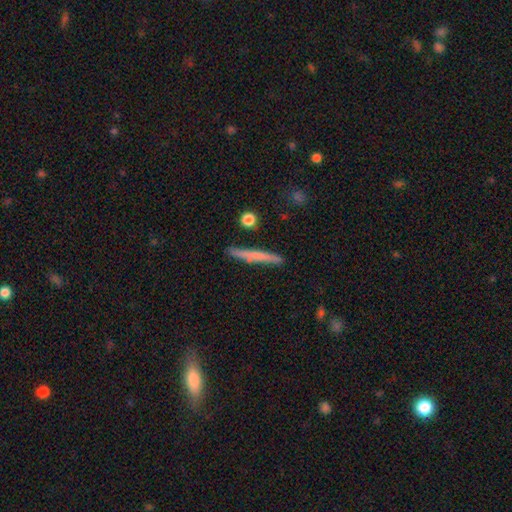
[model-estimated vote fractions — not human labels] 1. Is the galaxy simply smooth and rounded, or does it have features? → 56% smooth, 37% featured or disk, 6% star or artifact.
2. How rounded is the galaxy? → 96% cigar-shaped, 3% in between, 2% round.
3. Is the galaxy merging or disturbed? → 88% none, 8% minor disturbance, 2% merger, 2% major disturbance.